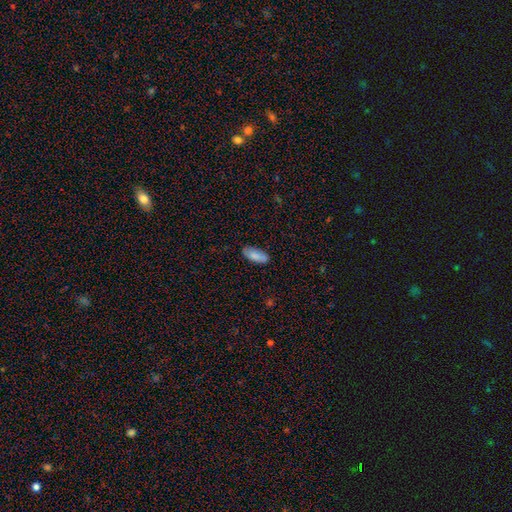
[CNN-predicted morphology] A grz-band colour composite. It shows a smooth galaxy with no disk features (84%) that is in between round and cigar-shaped (85%). Merging: none (83%).